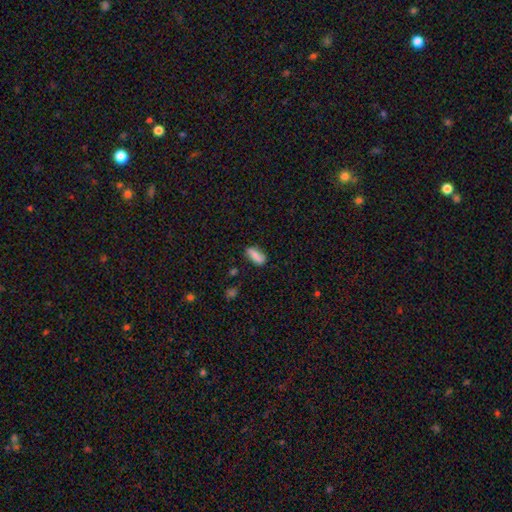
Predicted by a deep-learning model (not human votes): Morphology: type=smooth (81%); roundness=in between (82%); merging=none (77%).